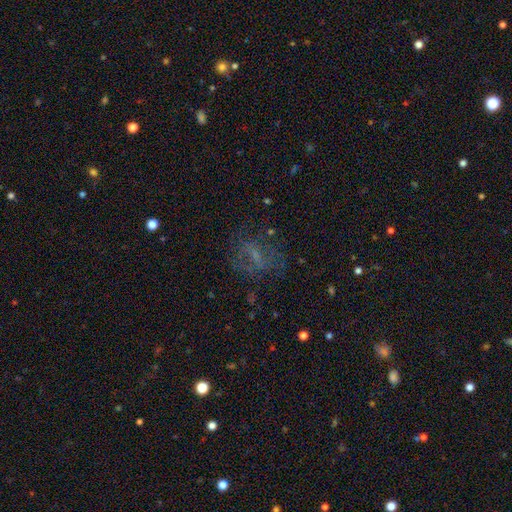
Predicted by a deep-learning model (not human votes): This is marginally a featured or disk galaxy (41%). Merging: possibly none (58%).